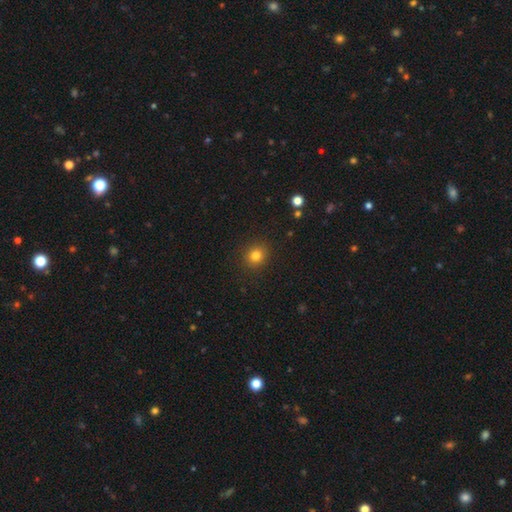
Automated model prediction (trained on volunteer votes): This appears to be a smooth galaxy with no disk features (81%) that is round (83%). Merging: none (90%).